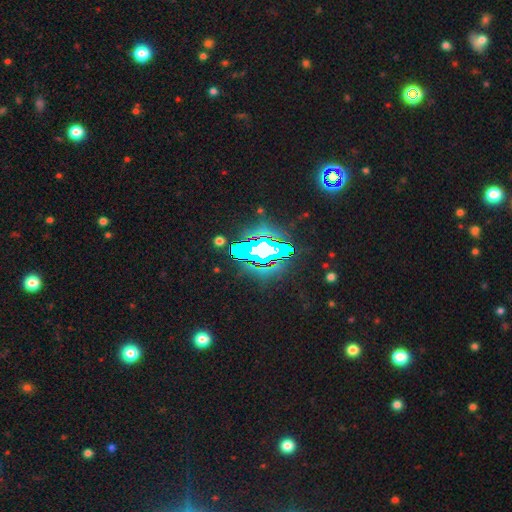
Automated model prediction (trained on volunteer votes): smooth_or_featured: star or artifact (p=0.67) [alt: featured or disk p=0.19]